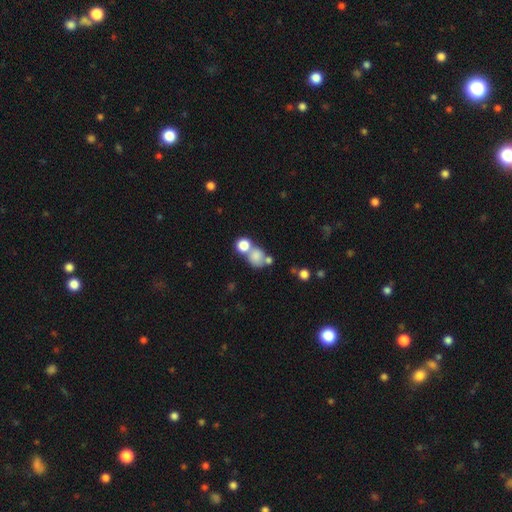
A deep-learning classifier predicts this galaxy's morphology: This is likely a smooth galaxy (75%). How rounded: likely round (66%). Merging: possibly merger (47%).